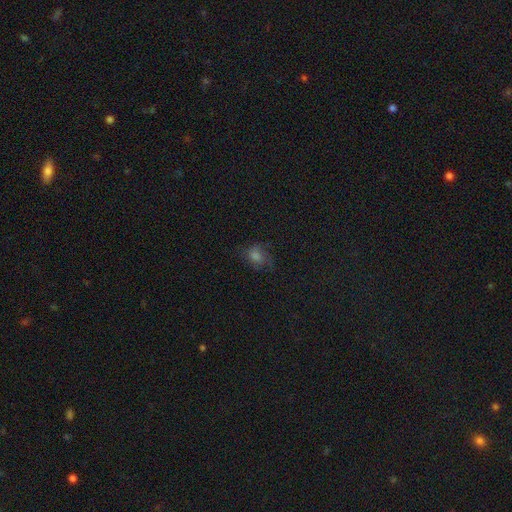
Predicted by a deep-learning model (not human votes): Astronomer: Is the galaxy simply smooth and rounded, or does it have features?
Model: smooth — 49% (runner-up: star or artifact, 26%).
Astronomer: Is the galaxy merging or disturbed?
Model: none — 61%.